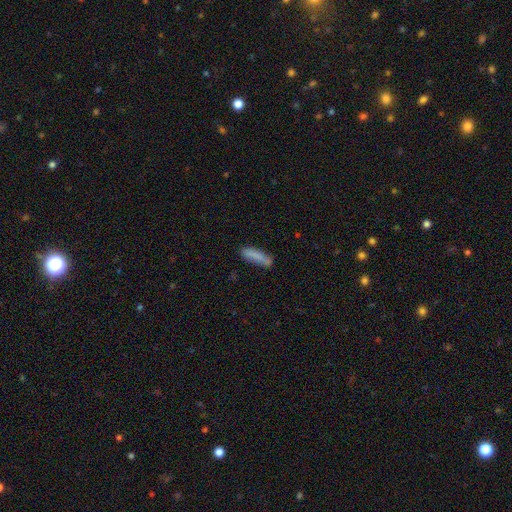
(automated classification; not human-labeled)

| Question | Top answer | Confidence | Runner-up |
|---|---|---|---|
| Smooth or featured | smooth | 81% | featured or disk (12%) |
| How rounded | cigar-shaped | 73% | in between (25%) |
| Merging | none | 67% | minor disturbance (22%) |